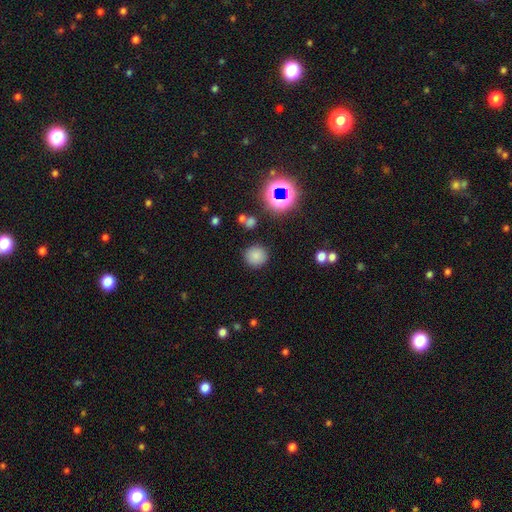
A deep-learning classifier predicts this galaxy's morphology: Q: Smooth or featured?
A: smooth (78%); runner-up: star or artifact (16%)
Q: How rounded?
A: round (92%); runner-up: in between (7%)
Q: Merging?
A: none (87%); runner-up: minor disturbance (7%)